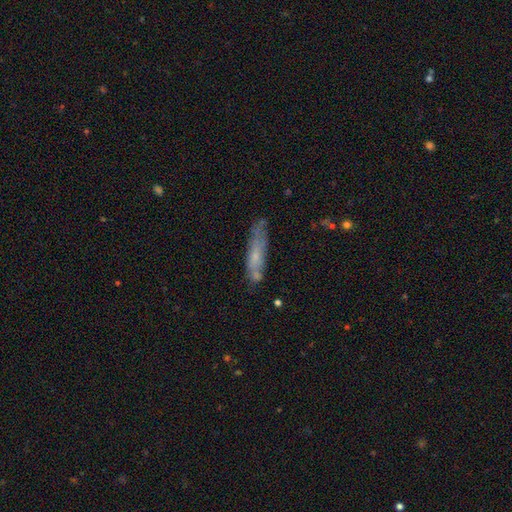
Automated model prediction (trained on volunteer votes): Smooth or featured? Predicted: smooth (p=0.56). How rounded? Predicted: cigar-shaped (p=0.81). Merging? Predicted: none (p=0.58).